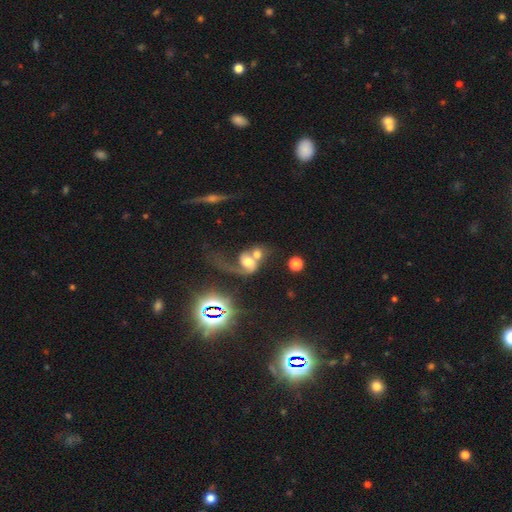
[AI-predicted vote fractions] Smooth or featured?
  - featured or disk: 54% *
  - smooth: 27%
  - star or artifact: 19%
Edge-on disk?
  - no: 94% *
  - yes: 6%
Bar?
  - no: 67% *
  - weak: 24%
  - strong: 9%
Spiral arms?
  - yes: 71% *
  - no: 29%
Bulge size?
  - moderate: 44% *
  - large: 29%
  - small: 12%
  - dominant: 8%
  - none: 7%
Merging?
  - merger: 66% *
  - major disturbance: 15%
  - none: 13%
  - minor disturbance: 6%